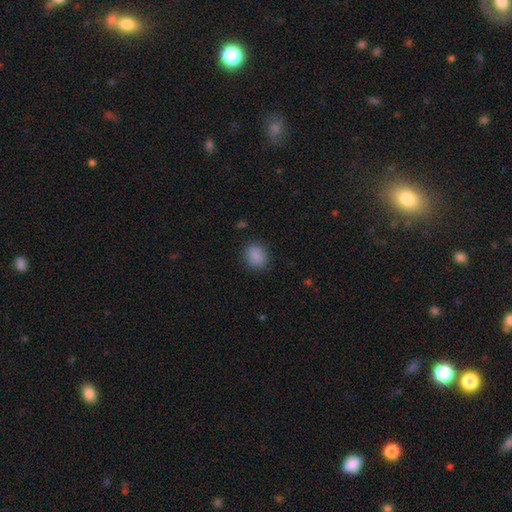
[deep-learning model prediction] This appears to be a smooth galaxy with no disk features (87%) that is round (55%). Merging: none (86%).